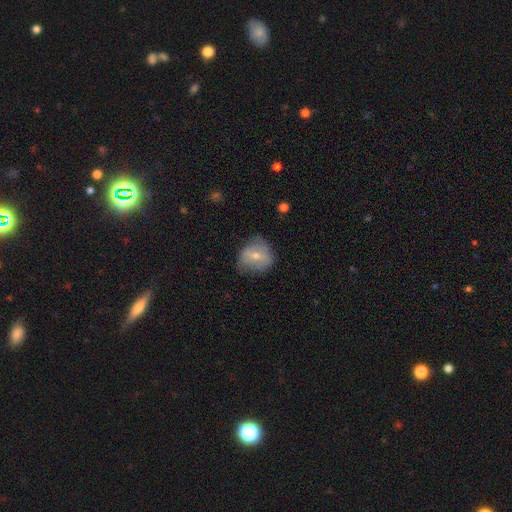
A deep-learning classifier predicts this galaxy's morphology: This is possibly a smooth galaxy (55%). How rounded: likely round (68%). Merging: possibly none (57%).